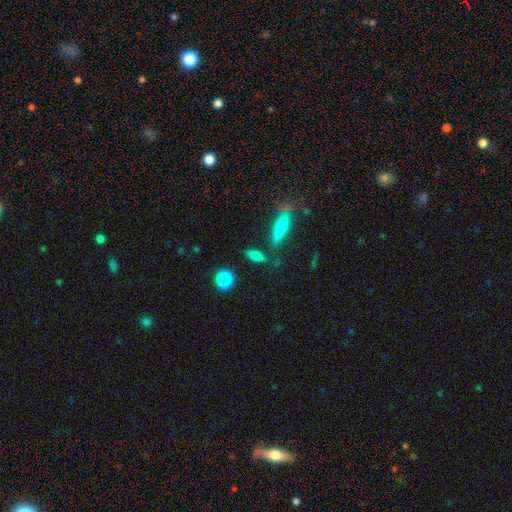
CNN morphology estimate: This is likely a smooth galaxy (69%). How rounded: possibly in between (55%). Merging: likely none (72%).